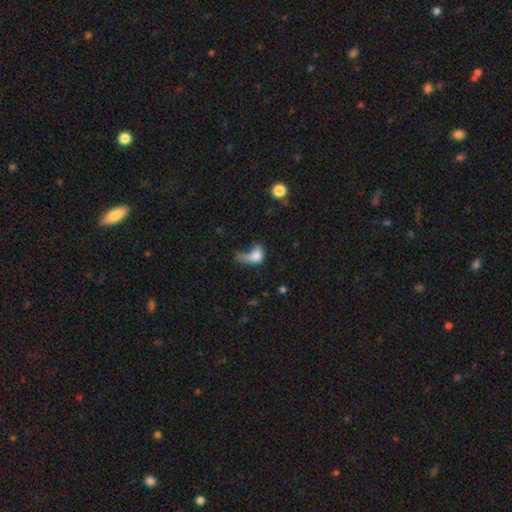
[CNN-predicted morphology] type=smooth (68%); roundness=in between (69%); merging=major disturbance (53%).